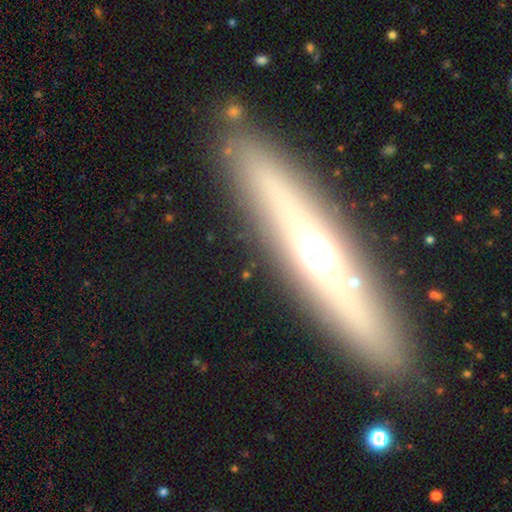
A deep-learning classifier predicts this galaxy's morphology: A featured or disk galaxy (55%) viewed edge-on (84%).

Vote fractions:
- Smooth or featured? featured or disk: 55% / smooth: 35% / star or artifact: 10%
- Edge-on disk? yes: 84% / no: 16%
- Merging? none: 87% / minor disturbance: 8% / major disturbance: 3% / merger: 2%